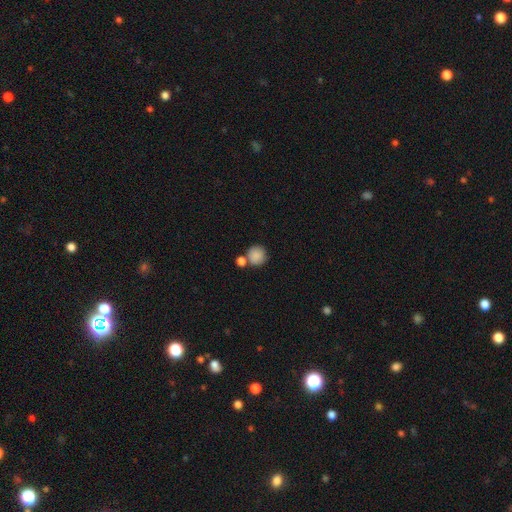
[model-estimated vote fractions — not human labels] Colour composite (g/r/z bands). It shows a smooth galaxy with no disk features (86%) that is round (91%). Merging: none (61%).